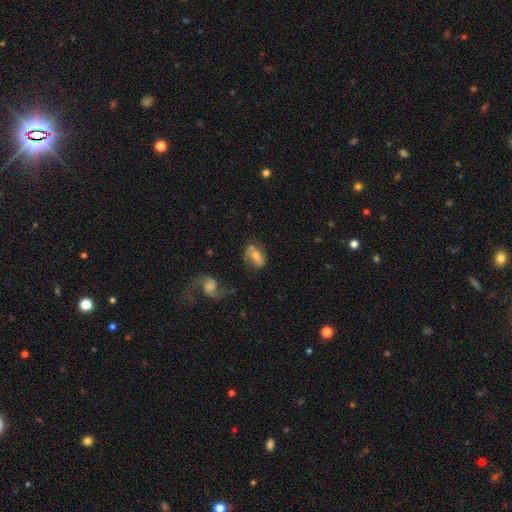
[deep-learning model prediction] This is possibly a smooth galaxy (52%). How rounded: clearly in between (85%). Merging: possibly none (46%).